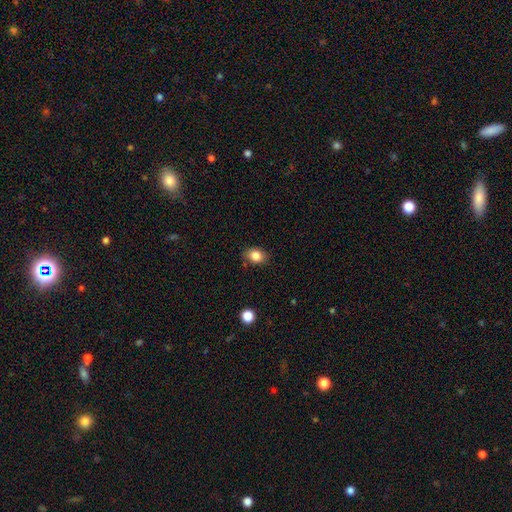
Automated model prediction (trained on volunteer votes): Q: Smooth or featured?
A: smooth (83%); runner-up: star or artifact (10%)
Q: How rounded?
A: in between (61%); runner-up: round (38%)
Q: Merging?
A: none (82%); runner-up: minor disturbance (13%)